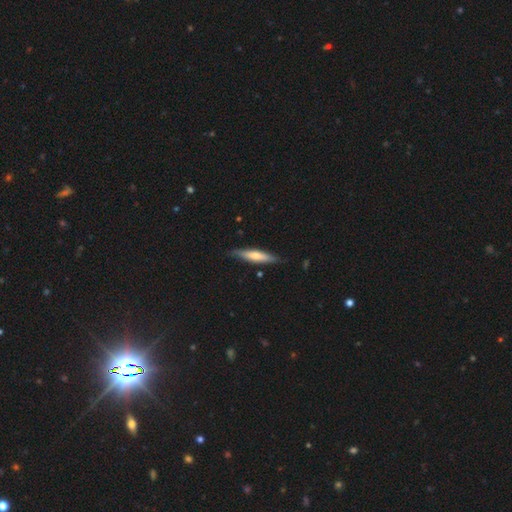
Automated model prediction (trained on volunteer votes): Smooth or featured?
  - smooth: 55% *
  - featured or disk: 39%
  - star or artifact: 5%
How rounded?
  - cigar-shaped: 82% *
  - in between: 16%
  - round: 2%
Merging?
  - none: 83% *
  - minor disturbance: 13%
  - major disturbance: 2%
  - merger: 1%